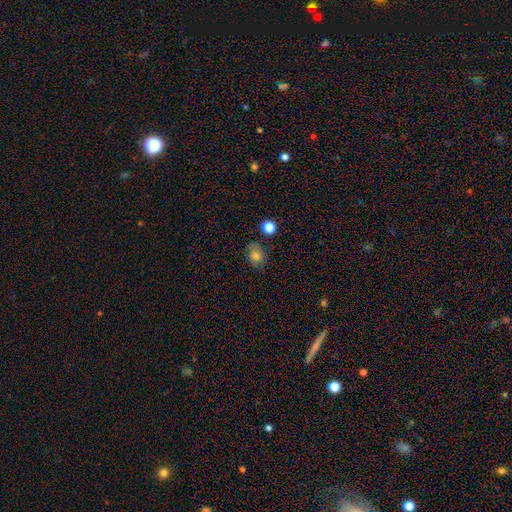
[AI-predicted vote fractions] This is likely a smooth galaxy (70%). How rounded: possibly round (55%). Merging: likely none (73%).